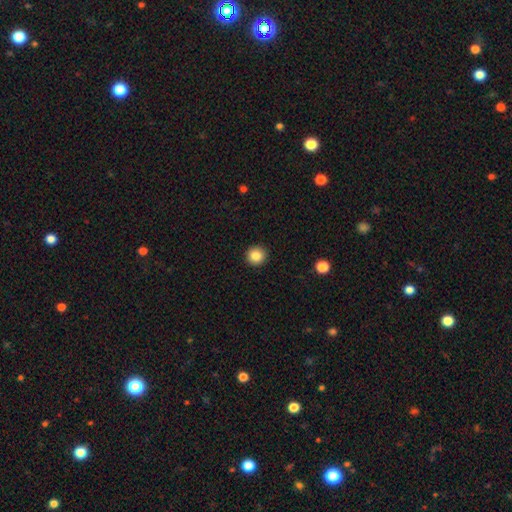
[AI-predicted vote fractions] Smooth or featured? Predicted: smooth (p=0.86). How rounded? Predicted: round (p=0.94). Merging? Predicted: none (p=0.93).